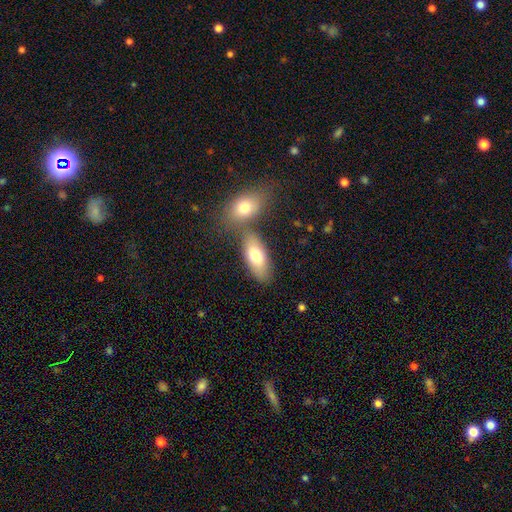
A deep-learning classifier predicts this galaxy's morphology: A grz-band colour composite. It shows a smooth galaxy with no disk features (75%) that is in between round and cigar-shaped (84%). Merging: none (59%).